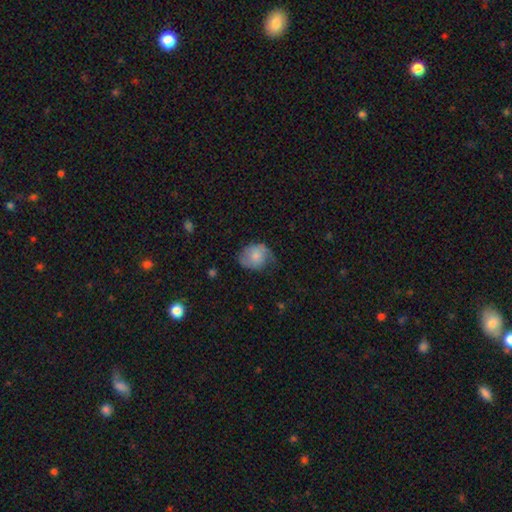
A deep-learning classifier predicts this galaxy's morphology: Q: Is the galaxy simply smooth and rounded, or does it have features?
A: smooth — 63%.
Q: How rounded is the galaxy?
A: round — 58%.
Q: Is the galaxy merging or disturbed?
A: none — 47%.